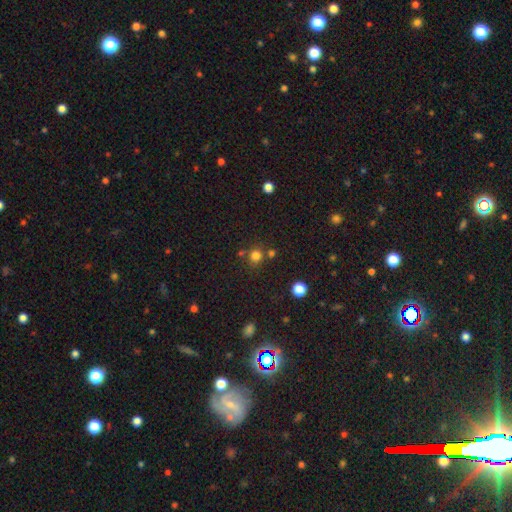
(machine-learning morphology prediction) A smooth galaxy with no disk features (78%) that is round (88%). Merging: none (72%).